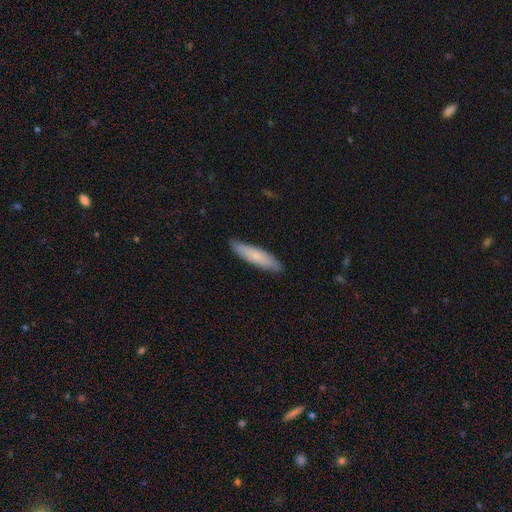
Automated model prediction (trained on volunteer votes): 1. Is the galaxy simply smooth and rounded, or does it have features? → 76% smooth, 18% featured or disk, 5% star or artifact.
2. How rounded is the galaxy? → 79% cigar-shaped, 19% in between, 1% round.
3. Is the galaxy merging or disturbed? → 87% none, 10% minor disturbance, 2% major disturbance, 1% merger.